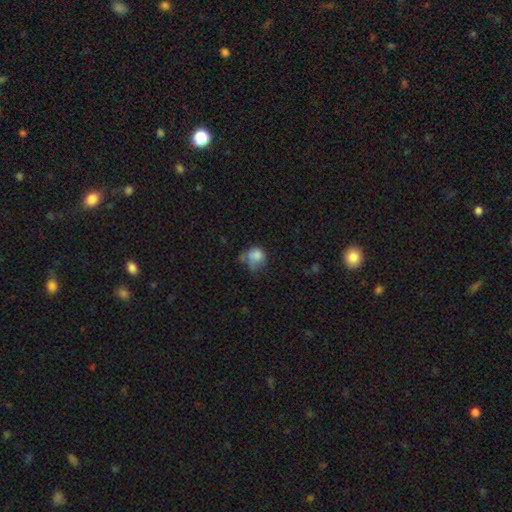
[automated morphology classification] Overall: smooth (74%). How rounded: round (63%; in between 36%). Merging: none (30%; minor disturbance 29%).